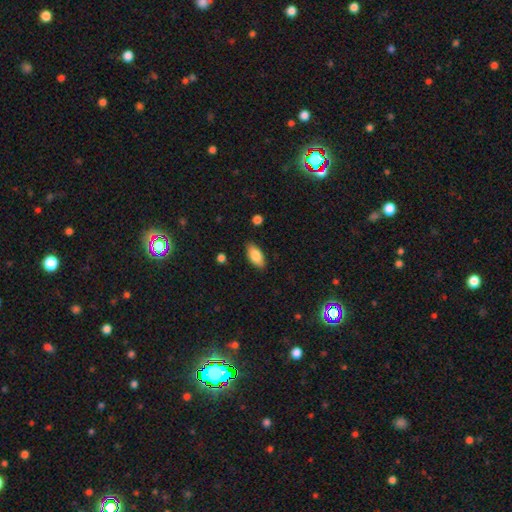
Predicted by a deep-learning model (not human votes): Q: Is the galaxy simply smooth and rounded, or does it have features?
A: smooth — 84%.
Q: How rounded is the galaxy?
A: in between — 90%.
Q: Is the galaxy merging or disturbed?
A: none — 87%.